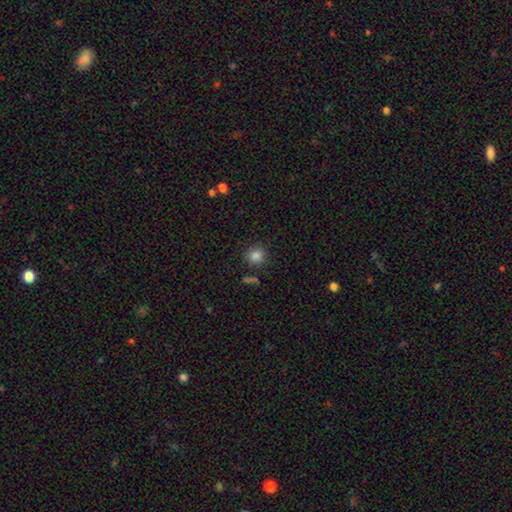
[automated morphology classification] This appears to be a smooth galaxy with no disk features (83%) that is round (86%). Merging: none (84%).